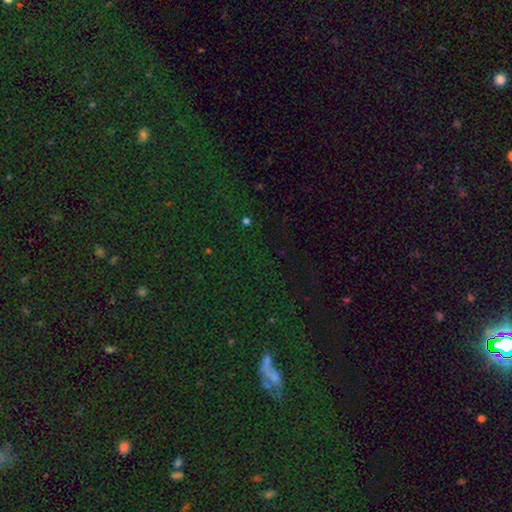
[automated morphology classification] A star or artifact, not a galaxy (72%).